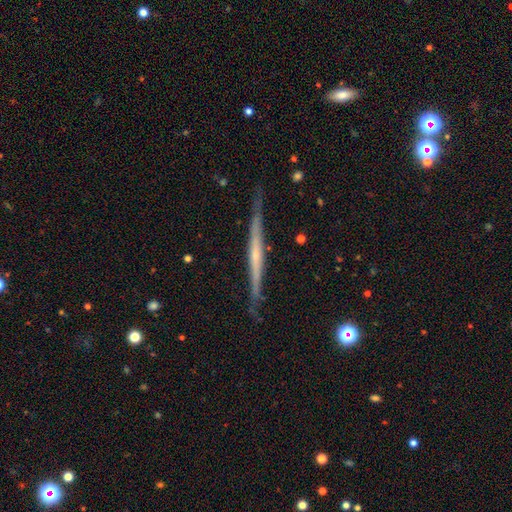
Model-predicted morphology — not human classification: A featured or disk galaxy (73%) viewed edge-on (97%) with no central bulge (59%).

Vote fractions:
- Smooth or featured? featured or disk: 73% / smooth: 21% / star or artifact: 6%
- Edge-on disk? yes: 97% / no: 3%
- Edge-on bulge? none: 59% / rounded: 34% / boxy: 7%
- Merging? none: 84% / minor disturbance: 12% / major disturbance: 2% / merger: 2%